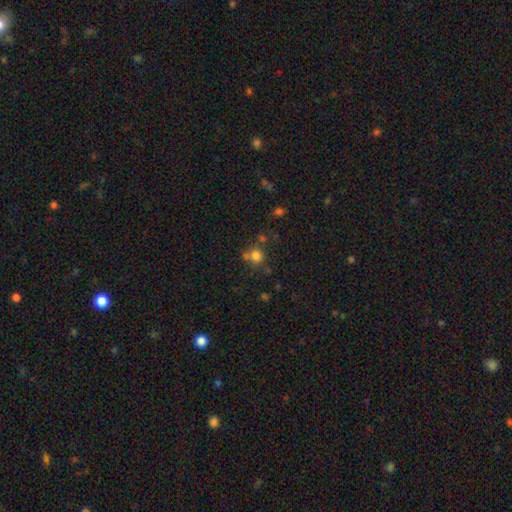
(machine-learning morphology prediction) This is likely a smooth galaxy (76%). How rounded: clearly round (87%). Merging: likely none (62%).